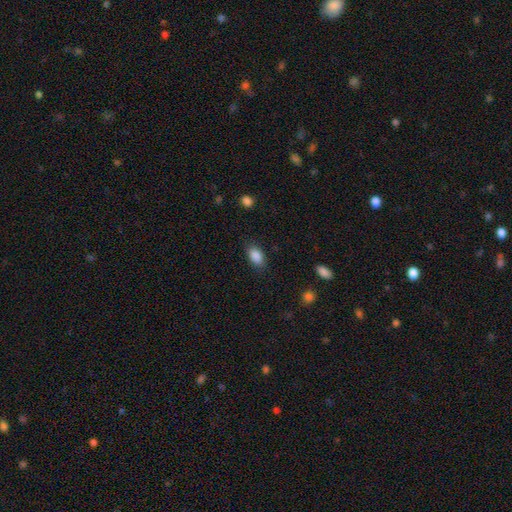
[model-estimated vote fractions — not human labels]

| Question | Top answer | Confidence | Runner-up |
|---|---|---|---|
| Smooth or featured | smooth | 88% | star or artifact (8%) |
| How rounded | in between | 90% | round (7%) |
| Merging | none | 84% | minor disturbance (12%) |